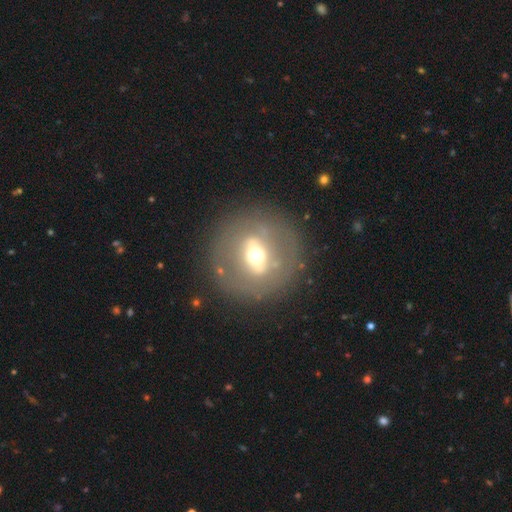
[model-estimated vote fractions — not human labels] The model was most divided on "bar": strong: 51%, weak: 29%, no: 20%. More confident: spiral arms — no (85%); edge-on disk — no (83%); merging — none (82%); bulge size — moderate (66%); smooth or featured — featured or disk (62%).